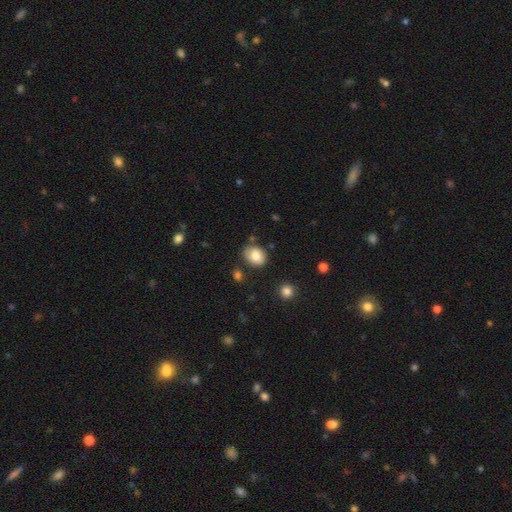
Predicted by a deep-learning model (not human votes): smooth 82%, featured or disk 9%, star or artifact 9%. Down the decision tree: how rounded — in between (59%); merging — none (73%).